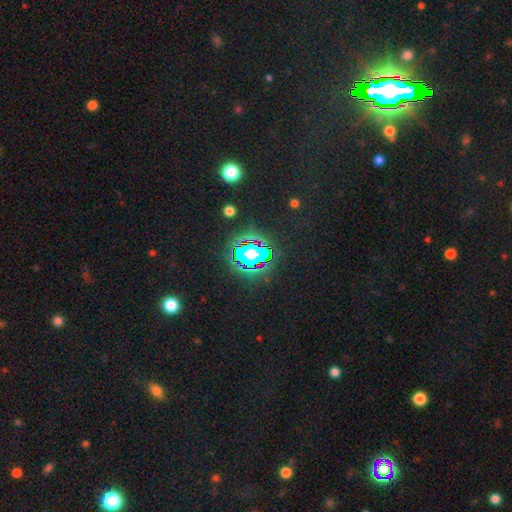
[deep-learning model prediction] Smooth or featured? Predicted: star or artifact (p=0.82).